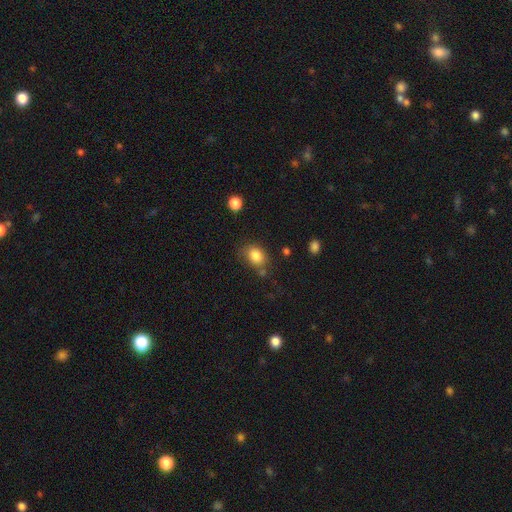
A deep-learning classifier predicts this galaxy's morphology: The model was most divided on "how rounded": in between: 60%, round: 39%, cigar-shaped: 1%. More confident: smooth or featured — smooth (83%); merging — none (65%).